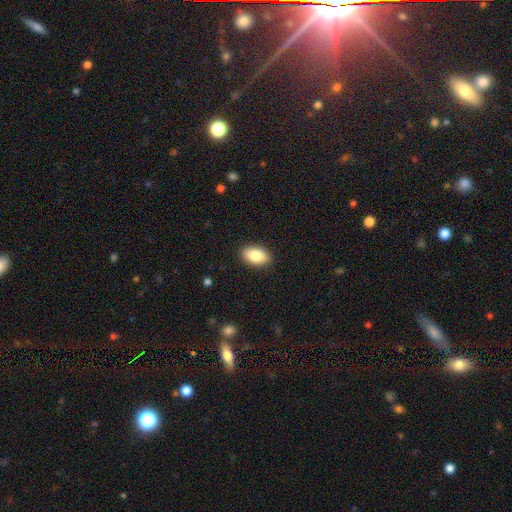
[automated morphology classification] smooth_or_featured: smooth (p=0.86) [alt: featured or disk p=0.08]
how_rounded: in between (p=0.92) [alt: round p=0.06]
merging: none (p=0.89) [alt: minor disturbance p=0.08]